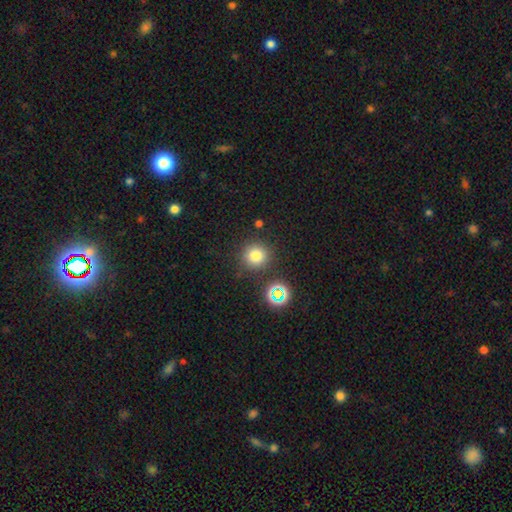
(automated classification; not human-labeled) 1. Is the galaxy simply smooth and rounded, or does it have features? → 75% smooth, 18% star or artifact, 7% featured or disk.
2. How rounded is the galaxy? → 94% round, 5% in between, 1% cigar-shaped.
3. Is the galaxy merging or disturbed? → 84% none, 9% minor disturbance, 4% merger, 3% major disturbance.